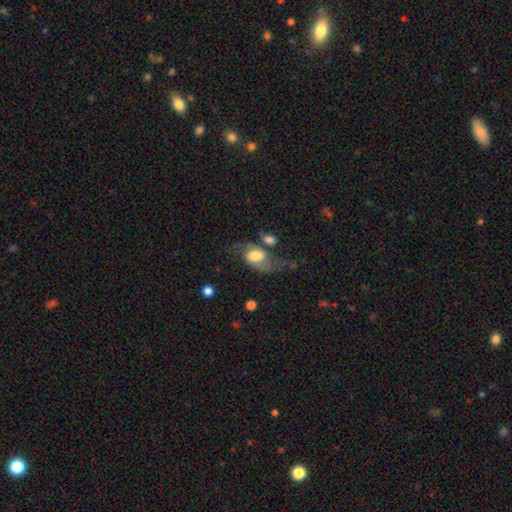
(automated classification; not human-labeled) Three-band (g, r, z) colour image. It shows a featured or disk galaxy (49%). Merging: none (42%).